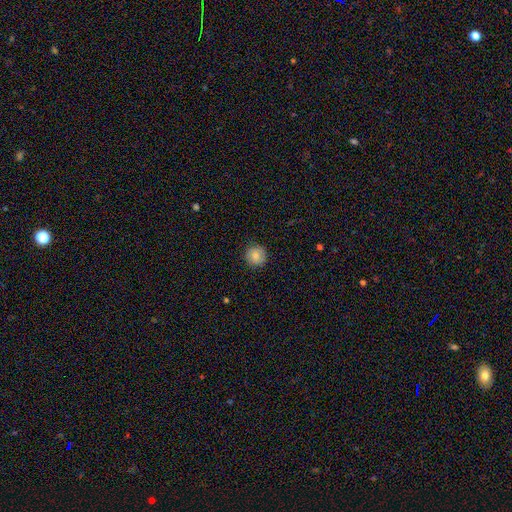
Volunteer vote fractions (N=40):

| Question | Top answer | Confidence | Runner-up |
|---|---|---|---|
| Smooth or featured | smooth | 82% | featured or disk (10%) |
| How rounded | round | 97% | in between (3%) |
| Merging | none | 89% | minor disturbance (11%) |